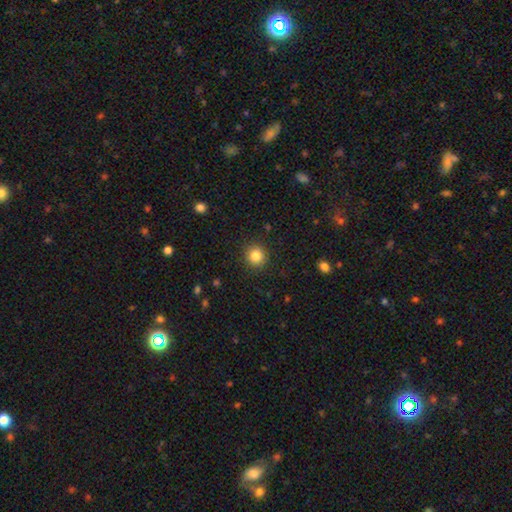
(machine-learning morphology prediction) smooth 84%, star or artifact 11%, featured or disk 5%. Down the decision tree: how rounded — round (93%); merging — none (91%).